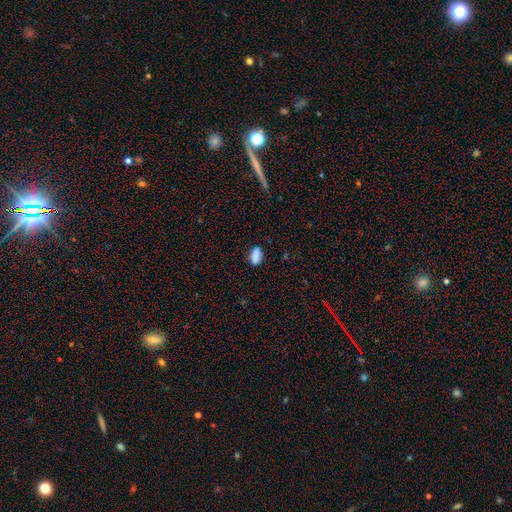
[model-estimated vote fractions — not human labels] This is clearly a smooth galaxy (84%). How rounded: clearly in between (86%). Merging: likely none (79%).